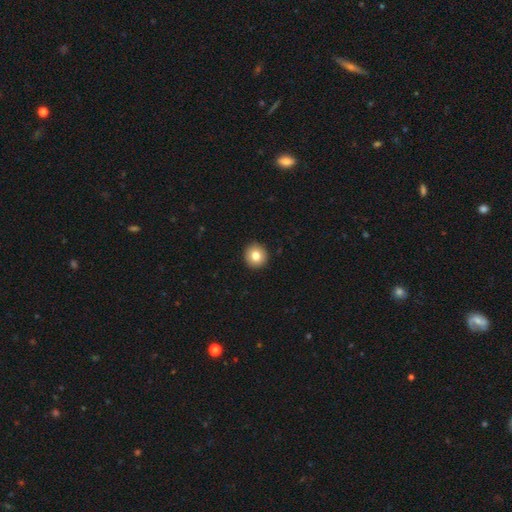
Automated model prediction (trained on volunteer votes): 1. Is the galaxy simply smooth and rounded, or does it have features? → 81% smooth, 10% featured or disk, 9% star or artifact.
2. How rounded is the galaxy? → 93% round, 6% in between, 1% cigar-shaped.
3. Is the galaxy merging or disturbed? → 93% none, 5% minor disturbance, 1% major disturbance, 1% merger.